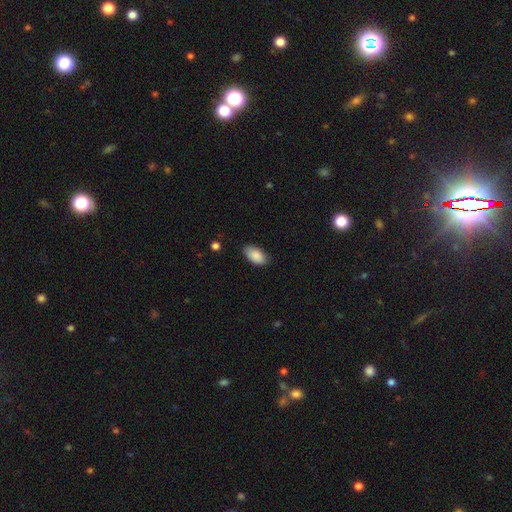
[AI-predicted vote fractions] Overall: smooth (89%). How rounded: in between (94%). Merging: none (81%).